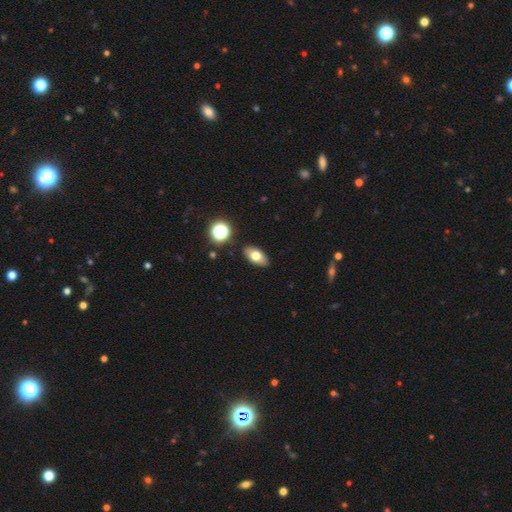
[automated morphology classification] The model was most divided on "smooth or featured": smooth: 73%, featured or disk: 17%, star or artifact: 10%. More confident: how rounded — in between (89%); merging — none (87%).